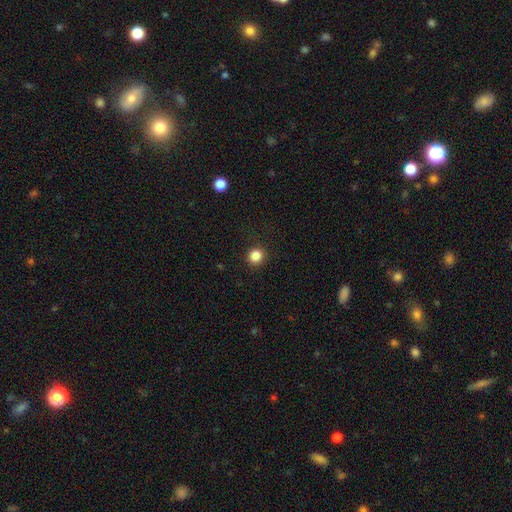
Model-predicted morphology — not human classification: This is clearly a smooth galaxy (85%). How rounded: clearly round (93%). Merging: clearly none (91%).